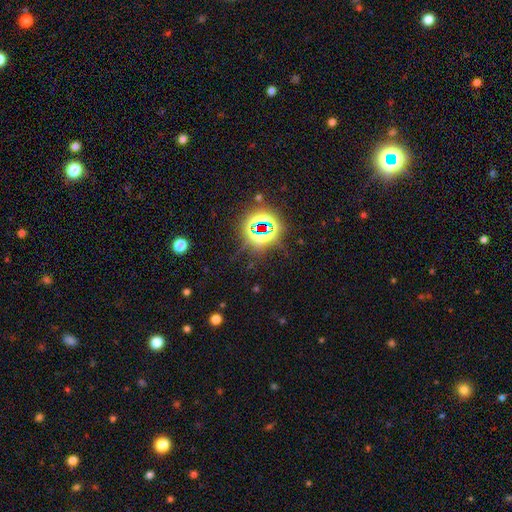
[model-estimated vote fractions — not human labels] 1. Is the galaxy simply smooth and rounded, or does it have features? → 81% star or artifact, 12% smooth, 7% featured or disk.